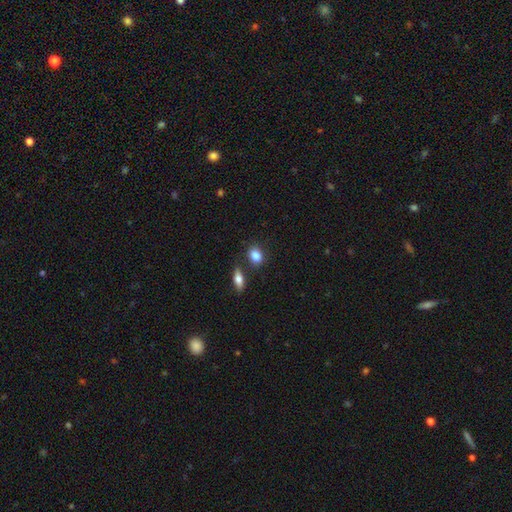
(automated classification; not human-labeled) Smooth or featured? smooth (84%)
How rounded? in between (64%)
Merging? none (74%)